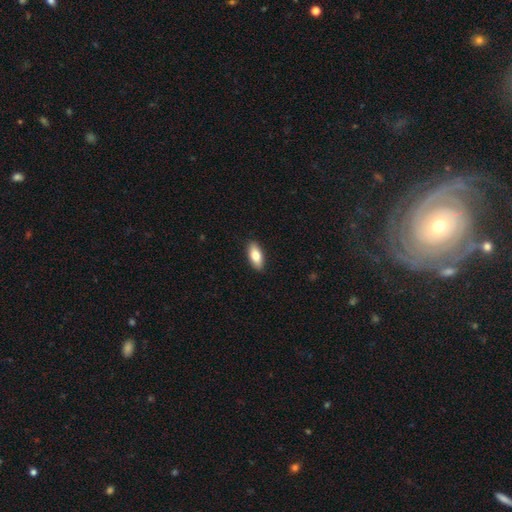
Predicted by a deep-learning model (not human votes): The model was most divided on "smooth or featured": smooth: 79%, featured or disk: 14%, star or artifact: 6%. More confident: merging — none (90%); how rounded — in between (86%).